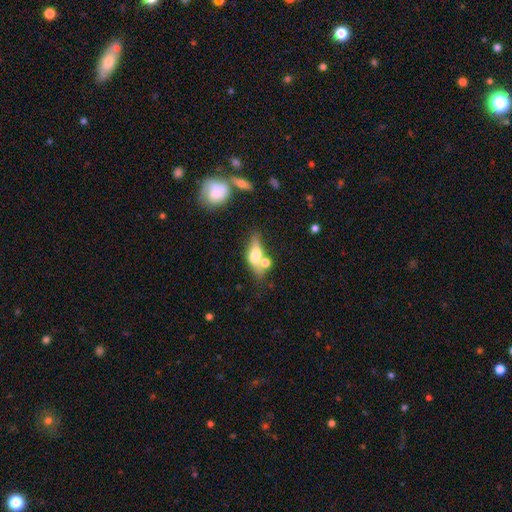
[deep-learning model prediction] Smooth or featured?
  - smooth: 48% *
  - featured or disk: 43%
  - star or artifact: 9%
Merging?
  - none: 49% *
  - merger: 24%
  - minor disturbance: 18%
  - major disturbance: 9%